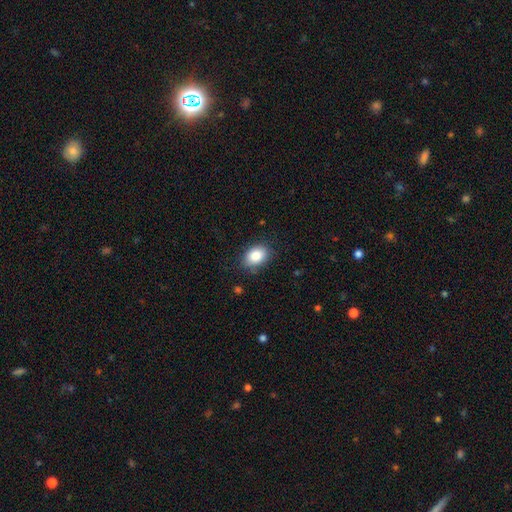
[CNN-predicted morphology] Smooth or featured?
  - smooth: 86% *
  - star or artifact: 8%
  - featured or disk: 6%
How rounded?
  - in between: 76% *
  - round: 22%
  - cigar-shaped: 1%
Merging?
  - none: 80% *
  - minor disturbance: 15%
  - major disturbance: 4%
  - merger: 1%